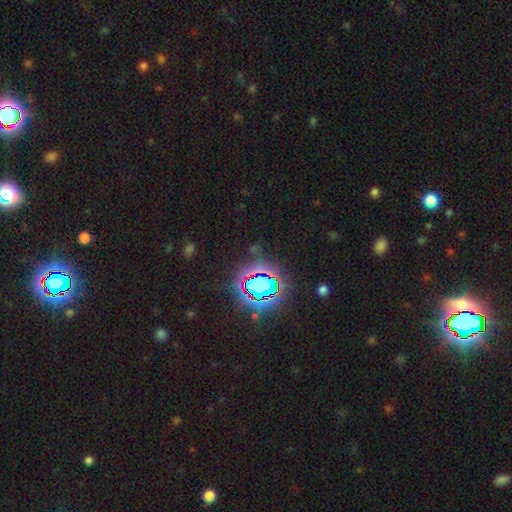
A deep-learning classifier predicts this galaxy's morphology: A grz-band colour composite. It shows a star or artifact, not a galaxy (76%).